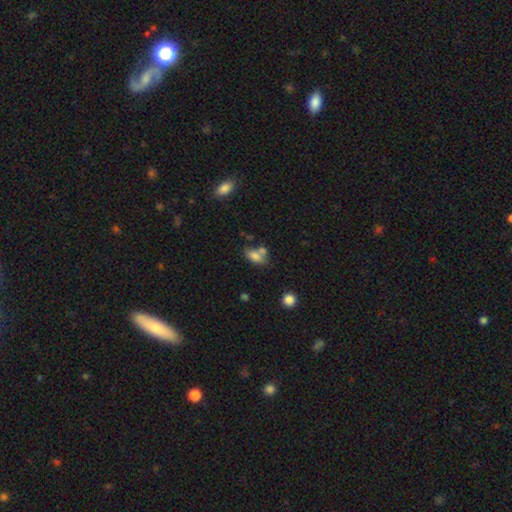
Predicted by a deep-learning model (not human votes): This appears to be a smooth galaxy with no disk features (76%) that is in between round and cigar-shaped (84%). Merging: none (41%).